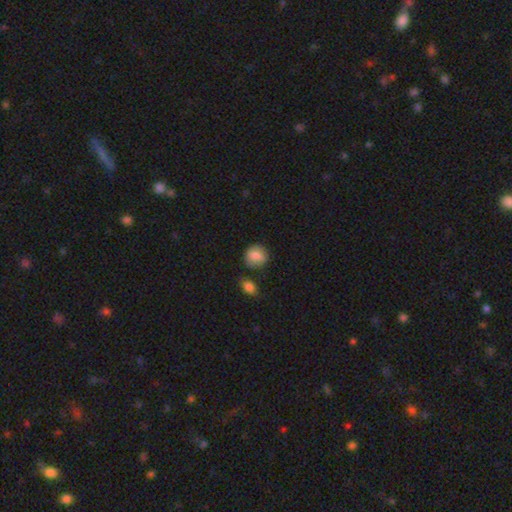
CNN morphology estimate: Smooth or featured? smooth (82%)
How rounded? round (78%)
Merging? none (76%)